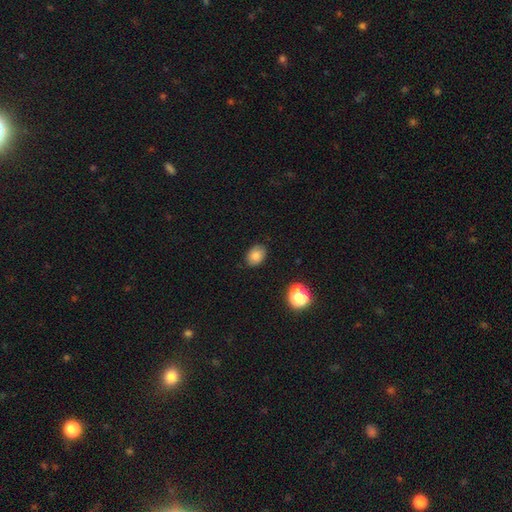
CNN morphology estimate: The model was most divided on "how rounded": in between: 71%, round: 28%, cigar-shaped: 1%. More confident: merging — none (84%); smooth or featured — smooth (81%).